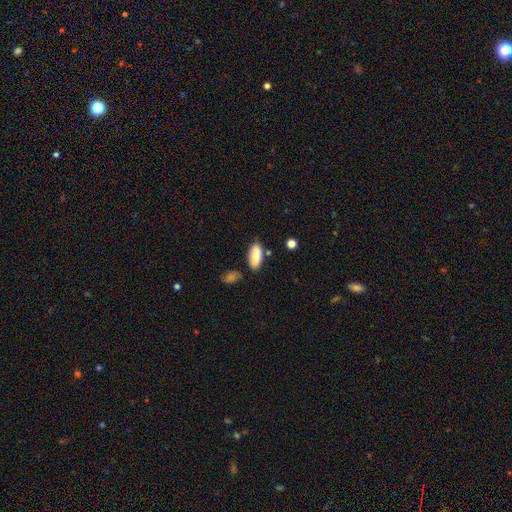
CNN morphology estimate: Q: Smooth or featured?
A: smooth (84%); runner-up: featured or disk (9%)
Q: How rounded?
A: in between (85%); runner-up: cigar-shaped (13%)
Q: Merging?
A: none (76%); runner-up: minor disturbance (15%)